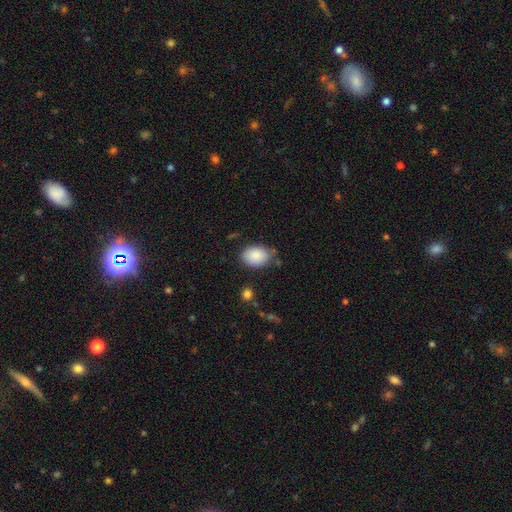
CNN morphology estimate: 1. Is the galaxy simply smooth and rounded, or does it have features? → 88% smooth, 7% star or artifact, 5% featured or disk.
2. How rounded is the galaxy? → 78% in between, 20% round, 1% cigar-shaped.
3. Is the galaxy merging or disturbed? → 75% none, 18% minor disturbance, 4% major disturbance, 3% merger.